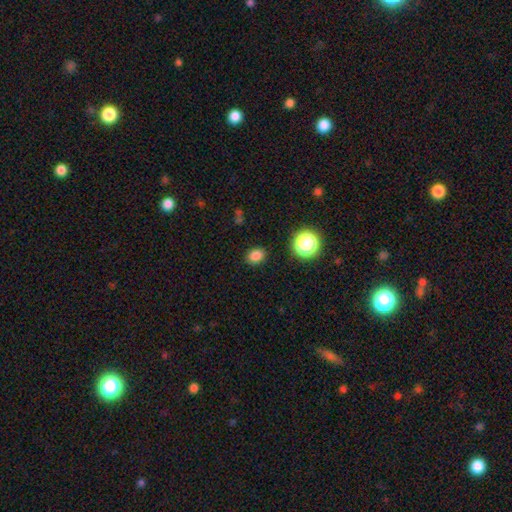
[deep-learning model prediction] smooth 81%, star or artifact 14%, featured or disk 4%. Down the decision tree: how rounded — in between (51%); merging — none (87%).